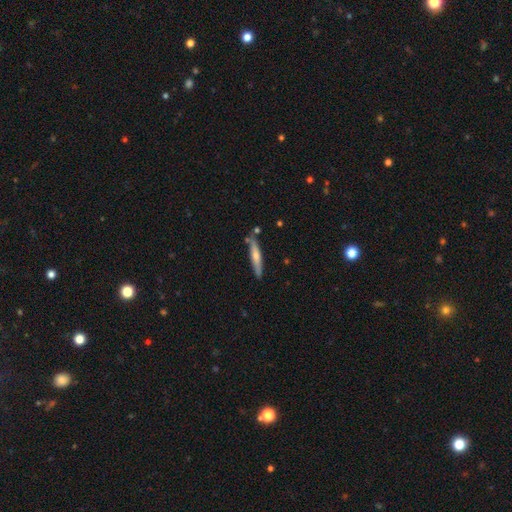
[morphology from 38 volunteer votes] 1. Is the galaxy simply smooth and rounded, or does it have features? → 68% smooth, 32% featured or disk, 0% star or artifact.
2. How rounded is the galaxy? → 88% cigar-shaped, 12% in between, 0% round.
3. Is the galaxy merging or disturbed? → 79% none, 11% minor disturbance, 8% merger, 3% major disturbance.